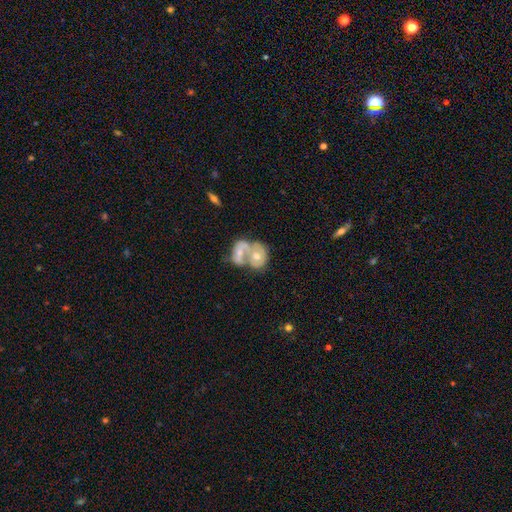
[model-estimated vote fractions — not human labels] Overall: featured or disk (55%; smooth 35%). Edge-on disk: no (96%). Bar: no (81%). Spiral arms: no (57%; yes 43%). Bulge size: moderate (53%; small 35%). Merging: merger (64%).